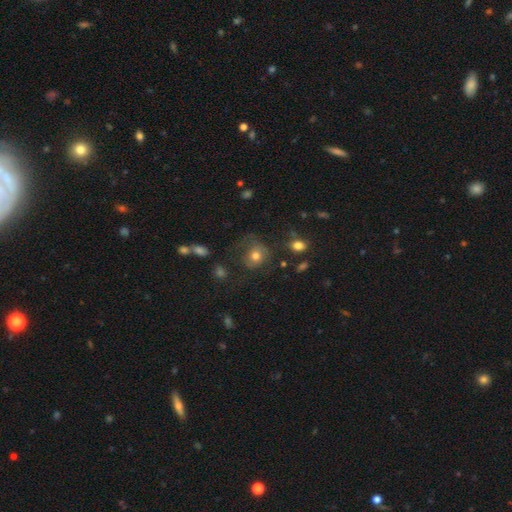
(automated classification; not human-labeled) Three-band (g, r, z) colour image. It shows a smooth galaxy with no disk features (67%) that is round (70%). Merging: none (47%).